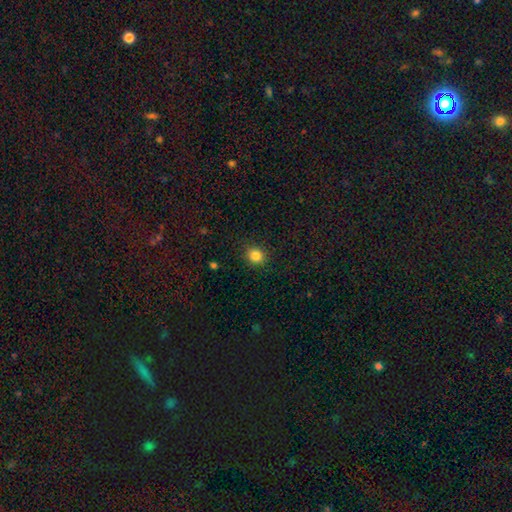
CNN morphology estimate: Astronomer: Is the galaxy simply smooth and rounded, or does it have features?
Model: smooth — 85%.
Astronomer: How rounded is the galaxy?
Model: round — 82%.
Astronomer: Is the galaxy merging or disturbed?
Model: none — 90%.